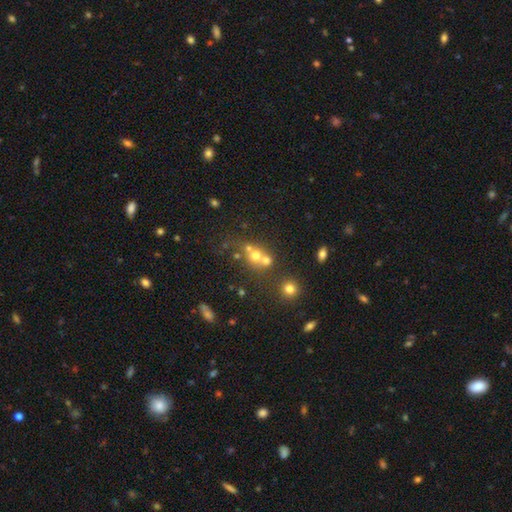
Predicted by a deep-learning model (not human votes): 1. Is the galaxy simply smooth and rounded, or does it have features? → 57% smooth, 22% featured or disk, 21% star or artifact.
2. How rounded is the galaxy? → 73% round, 25% in between, 2% cigar-shaped.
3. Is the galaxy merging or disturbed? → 52% merger, 34% none, 8% minor disturbance, 5% major disturbance.